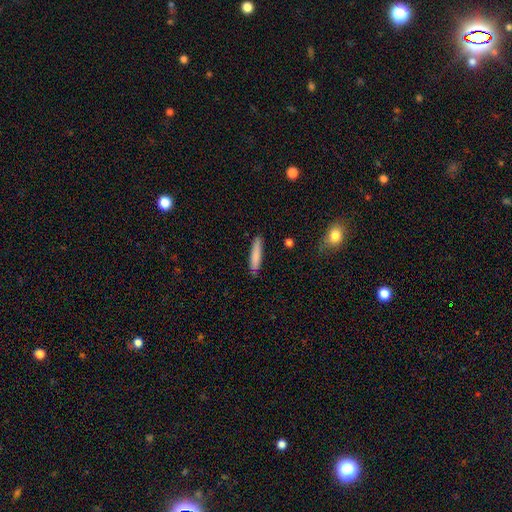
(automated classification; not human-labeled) Smooth or featured? Predicted: smooth (p=0.83). How rounded? Predicted: cigar-shaped (p=0.86). Merging? Predicted: none (p=0.85).